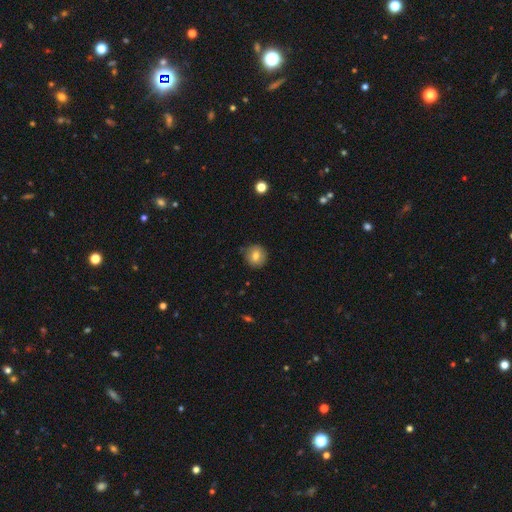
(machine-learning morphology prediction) Overall: smooth (76%). How rounded: round (91%). Merging: none (82%).